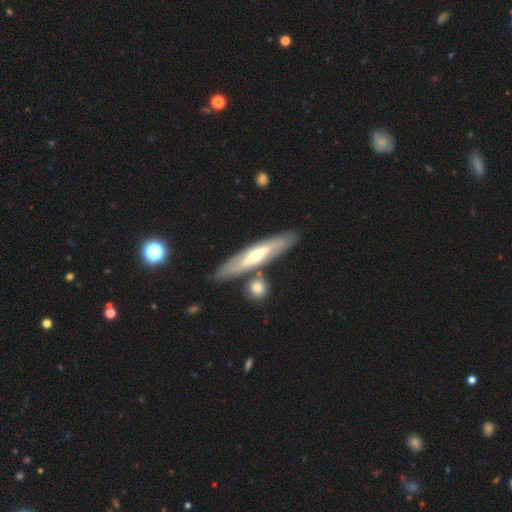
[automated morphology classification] Smooth or featured? featured or disk (63%)
Edge-on disk? yes (59%)
Merging? none (79%)